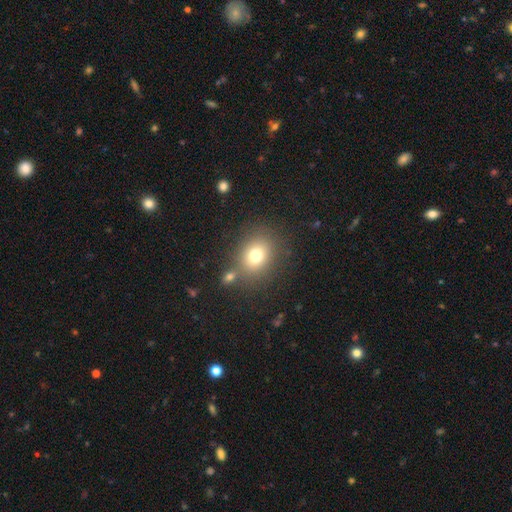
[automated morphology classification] Smooth or featured: smooth — 75% (star or artifact — 14%)
How rounded: round — 58% (in between — 41%)
Merging: none — 73% (merger — 11%)